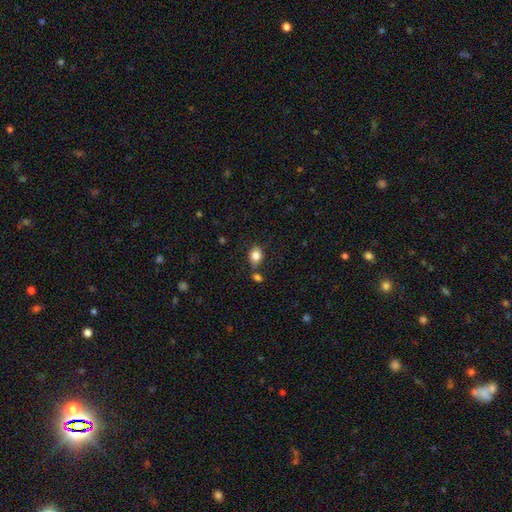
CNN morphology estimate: This is clearly a smooth galaxy (83%). How rounded: possibly in between (55%). Merging: likely none (65%).